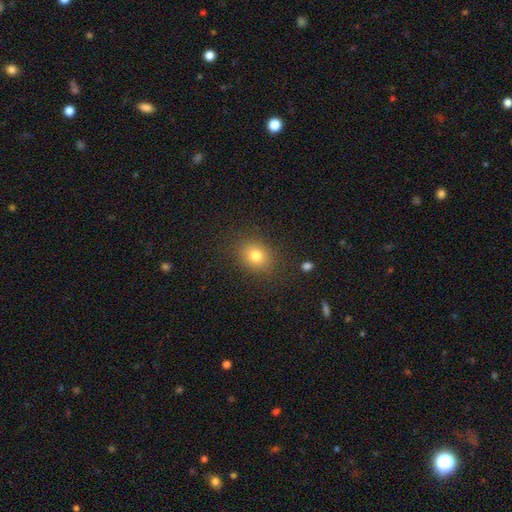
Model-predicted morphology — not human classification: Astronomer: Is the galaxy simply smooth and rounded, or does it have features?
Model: smooth — 79%.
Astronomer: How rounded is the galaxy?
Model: round — 59% (runner-up: in between, 40%).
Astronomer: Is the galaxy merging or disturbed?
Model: none — 86%.